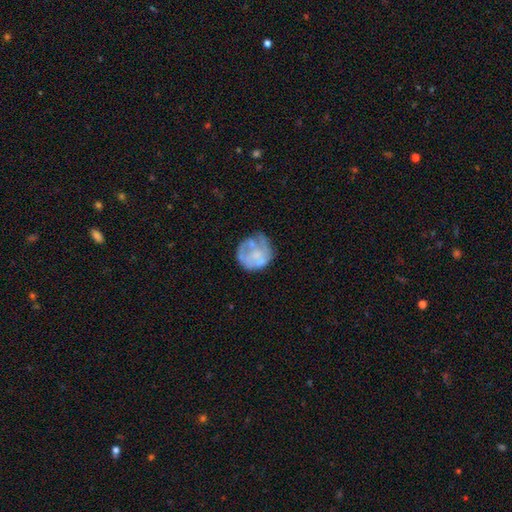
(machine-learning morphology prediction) Q: Smooth or featured?
A: featured or disk (50%); runner-up: smooth (42%)
Q: Edge-on disk?
A: no (98%); runner-up: yes (2%)
Q: Merging?
A: none (51%); runner-up: minor disturbance (26%)